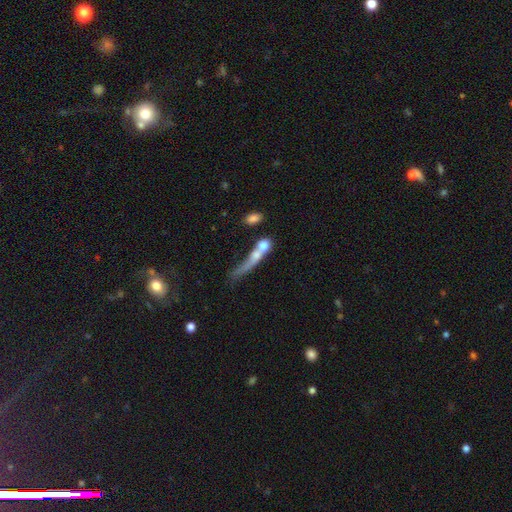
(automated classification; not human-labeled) A smooth galaxy with no disk features (54%) that is cigar-shaped (55%).

Vote fractions:
- Smooth or featured? smooth: 54% / featured or disk: 36% / star or artifact: 10%
- How rounded? cigar-shaped: 55% / in between: 24% / round: 20%
- Merging? merger: 43% / major disturbance: 24% / none: 21% / minor disturbance: 12%